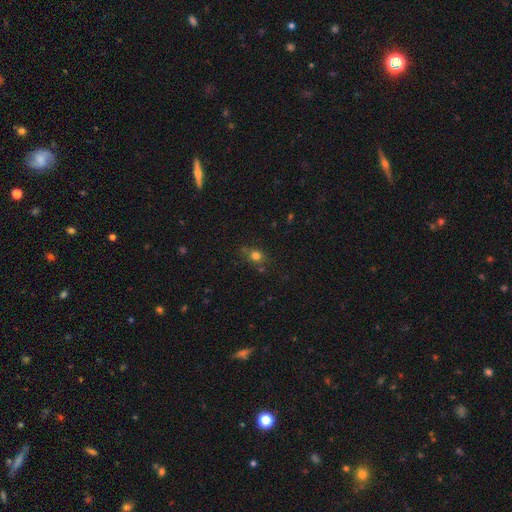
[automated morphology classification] Smooth or featured: smooth — 74% (star or artifact — 17%)
How rounded: round — 67% (in between — 30%)
Merging: none — 69% (minor disturbance — 19%)